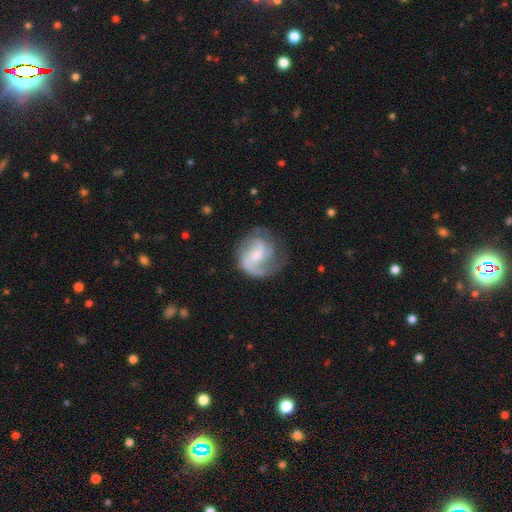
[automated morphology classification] smooth-or-featured: featured or disk: 76% | smooth: 18% | star or artifact: 6%
  disk-edge-on: no: 98% | yes: 2%
    bar: weak: 50% | no: 37% | strong: 13%
    has-spiral-arms: yes: 92% | no: 8%
      spiral-winding: medium: 46% | tight: 28% | loose: 26%
      spiral-arm-count: 2: 49% | 1: 17% | can't tell: 15% | 3: 13% | 4: 3% | more than 4: 2%
    bulge-size: small: 39% | moderate: 38% | none: 16% | large: 7% | dominant: 1%
  merging: none: 58% | minor disturbance: 22% | major disturbance: 19% | merger: 2%